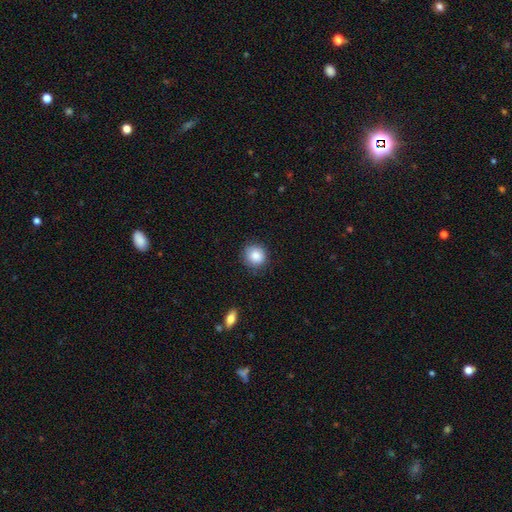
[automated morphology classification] A smooth galaxy with no disk features (86%) that is round (88%). Merging: none (84%).